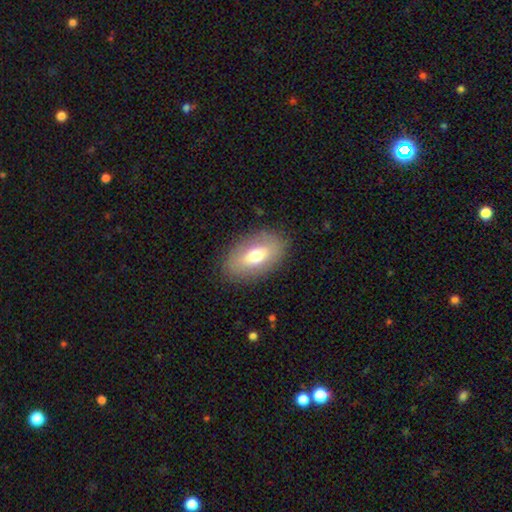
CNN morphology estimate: Q: Smooth or featured?
A: smooth (63%); runner-up: featured or disk (29%)
Q: How rounded?
A: in between (90%); runner-up: round (7%)
Q: Merging?
A: none (84%); runner-up: minor disturbance (11%)